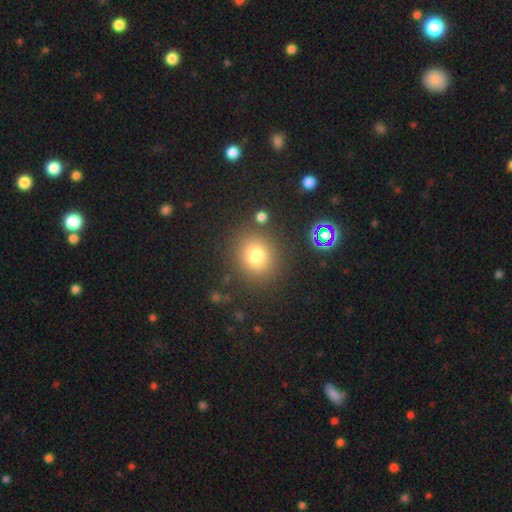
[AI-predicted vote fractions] Smooth or featured?
  - smooth: 76% *
  - star or artifact: 15%
  - featured or disk: 9%
How rounded?
  - round: 81% *
  - in between: 18%
  - cigar-shaped: 1%
Merging?
  - none: 84% *
  - minor disturbance: 9%
  - major disturbance: 4%
  - merger: 4%